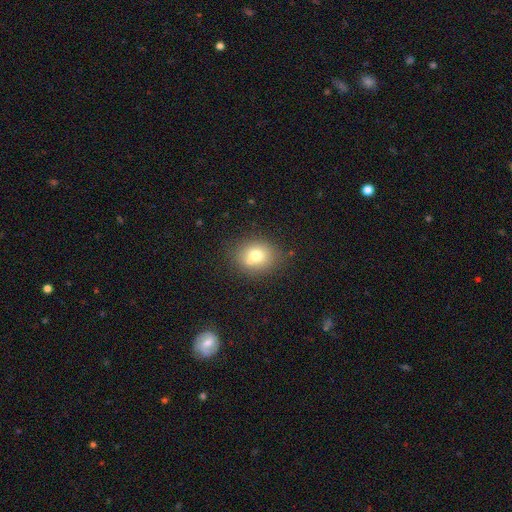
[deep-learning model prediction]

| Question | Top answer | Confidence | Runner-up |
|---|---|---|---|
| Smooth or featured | smooth | 71% | featured or disk (18%) |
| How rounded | round | 65% | in between (34%) |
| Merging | none | 61% | merger (22%) |